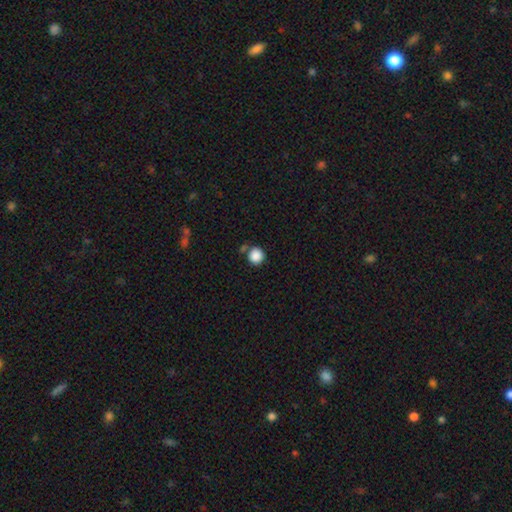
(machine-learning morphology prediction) Overall: smooth (88%). How rounded: round (93%). Merging: none (75%).